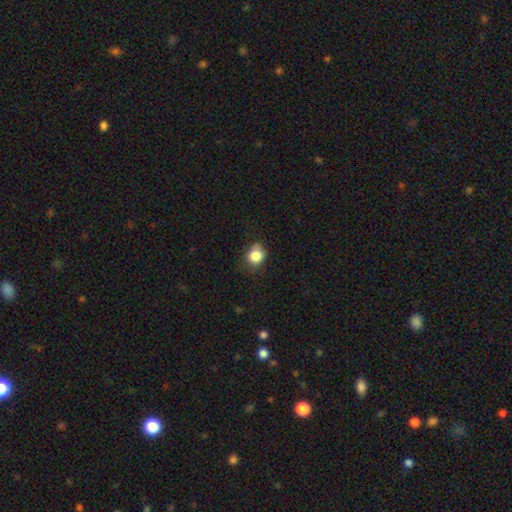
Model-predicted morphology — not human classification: smooth 84%, star or artifact 10%, featured or disk 6%. Down the decision tree: how rounded — round (67%); merging — none (65%).